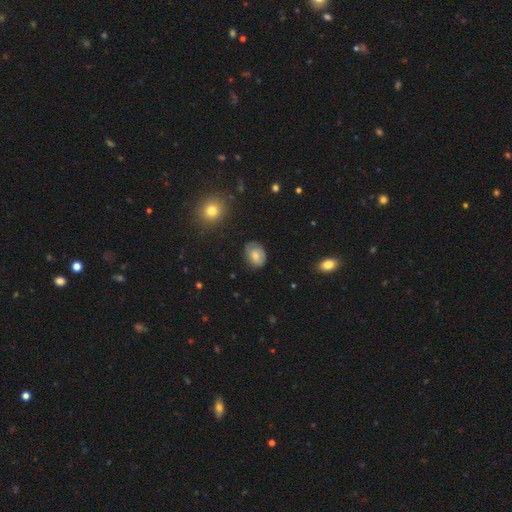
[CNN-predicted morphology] Overall: smooth (62%; featured or disk 28%). How rounded: in between (65%; round 34%). Merging: none (76%).